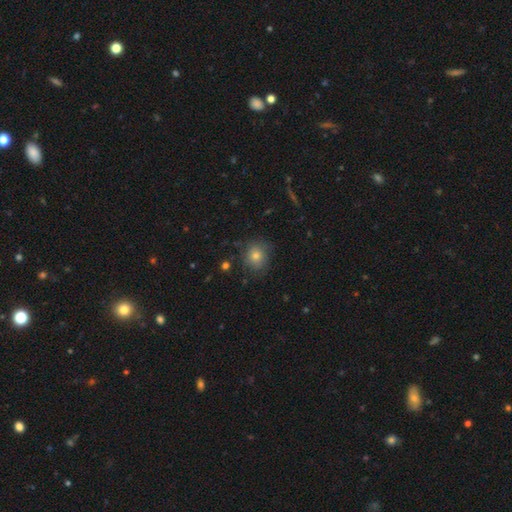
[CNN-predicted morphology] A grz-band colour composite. It shows a smooth galaxy with no disk features (72%) that is round (81%). Merging: none (78%).